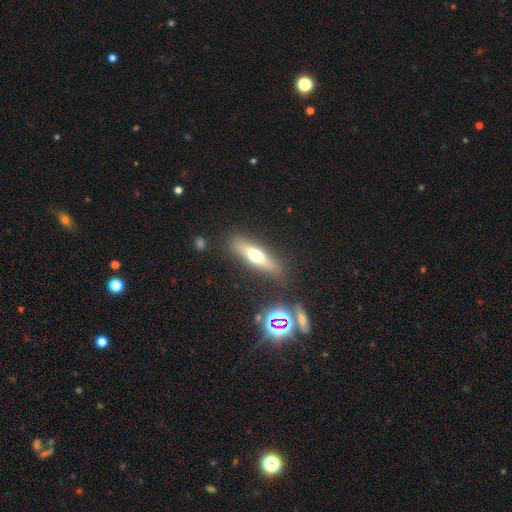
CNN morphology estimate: Smooth or featured: smooth — 47% (featured or disk — 45%)
Merging: none — 84% (minor disturbance — 10%)